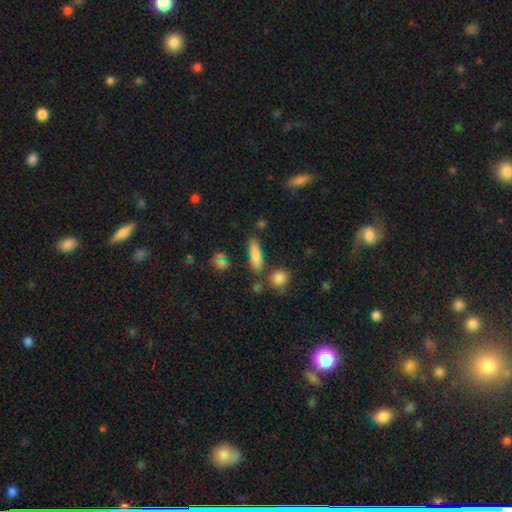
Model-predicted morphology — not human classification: smooth-or-featured: smooth: 78% | featured or disk: 13% | star or artifact: 10%
  how-rounded: cigar-shaped: 50% | in between: 45% | round: 5%
  merging: none: 73% | minor disturbance: 14% | merger: 9% | major disturbance: 4%